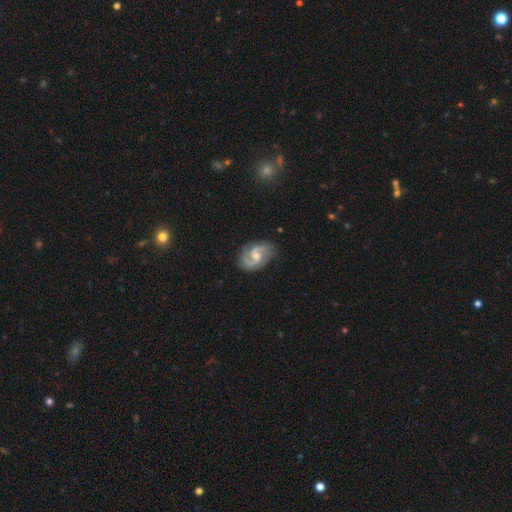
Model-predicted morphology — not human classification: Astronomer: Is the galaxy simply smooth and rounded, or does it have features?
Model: featured or disk — 86%.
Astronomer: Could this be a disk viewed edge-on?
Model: no — 98%.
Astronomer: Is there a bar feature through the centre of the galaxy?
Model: weak — 53% (runner-up: no, 39%).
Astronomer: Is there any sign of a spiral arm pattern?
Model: yes — 97%.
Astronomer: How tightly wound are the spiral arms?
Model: medium — 56%.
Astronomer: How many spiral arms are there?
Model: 2 — 91%.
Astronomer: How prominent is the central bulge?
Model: moderate — 56% (runner-up: small, 35%).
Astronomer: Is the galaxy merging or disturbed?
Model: none — 78%.